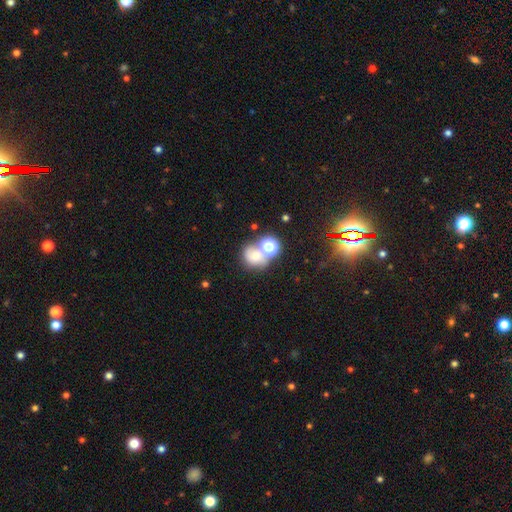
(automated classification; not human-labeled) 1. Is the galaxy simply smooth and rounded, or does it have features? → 62% smooth, 20% star or artifact, 17% featured or disk.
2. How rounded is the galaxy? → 68% round, 31% in between, 1% cigar-shaped.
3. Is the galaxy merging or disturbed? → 42% merger, 38% none, 12% minor disturbance, 8% major disturbance.